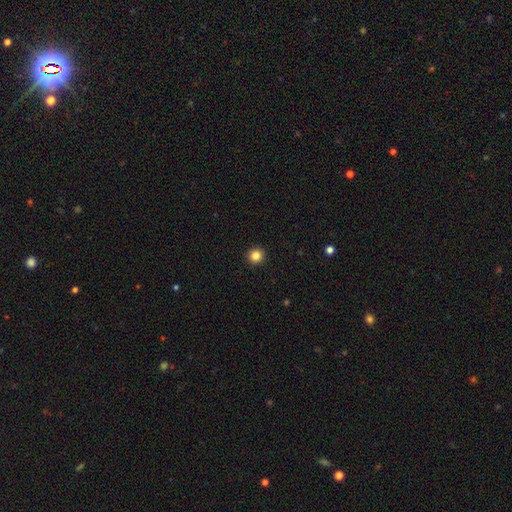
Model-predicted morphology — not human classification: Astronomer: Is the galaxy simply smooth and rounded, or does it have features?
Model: smooth — 84%.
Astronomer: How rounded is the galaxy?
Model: round — 96%.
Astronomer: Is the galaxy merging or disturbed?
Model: none — 94%.